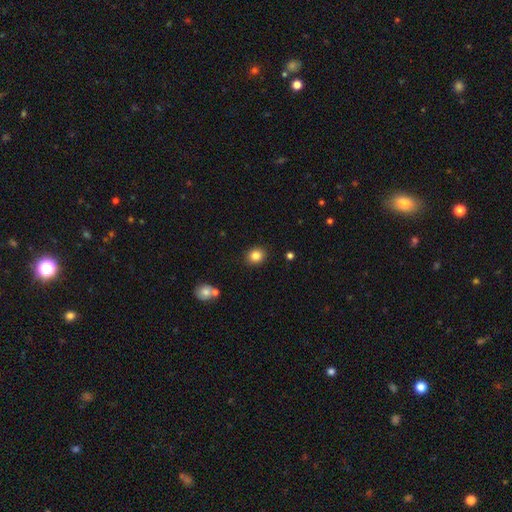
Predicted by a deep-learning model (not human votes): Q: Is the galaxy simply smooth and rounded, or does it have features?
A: smooth — 84%.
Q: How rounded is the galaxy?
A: round — 77%.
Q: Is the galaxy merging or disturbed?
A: none — 90%.